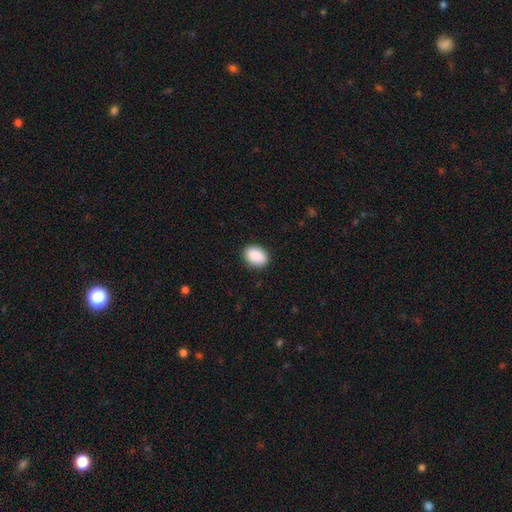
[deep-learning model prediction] Q: Smooth or featured?
A: smooth (91%); runner-up: star or artifact (7%)
Q: How rounded?
A: in between (75%); runner-up: round (24%)
Q: Merging?
A: none (88%); runner-up: minor disturbance (9%)